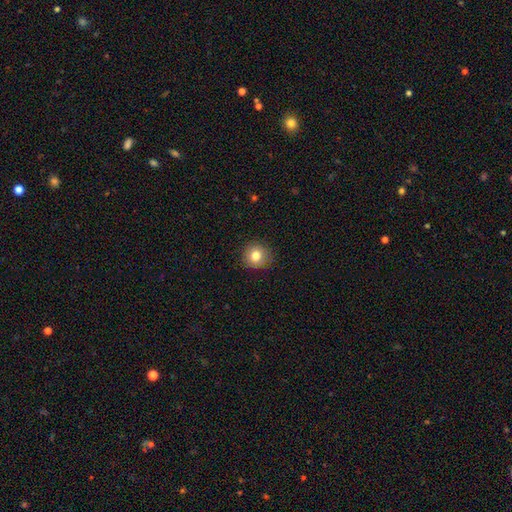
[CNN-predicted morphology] Overall: smooth (80%). How rounded: round (92%). Merging: none (89%).